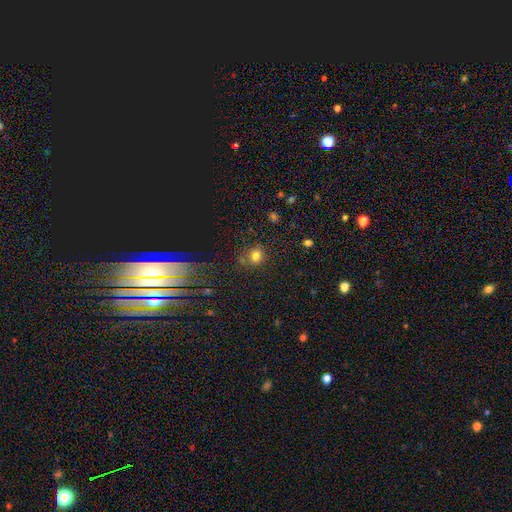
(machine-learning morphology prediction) A smooth galaxy with no disk features (77%) that is round (73%). Merging: none (74%).